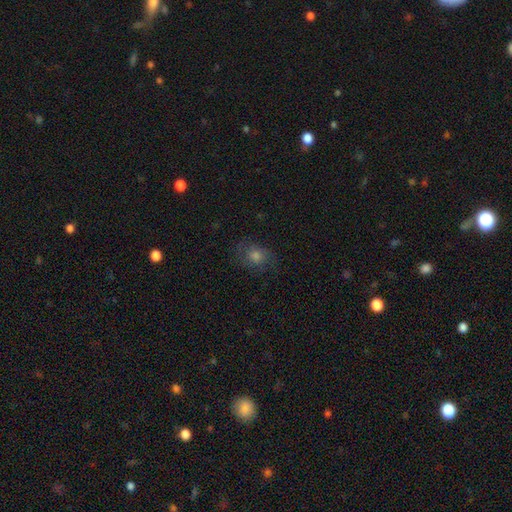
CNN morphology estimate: A smooth galaxy with no disk features (52%) that is round (60%). Merging: none (74%).